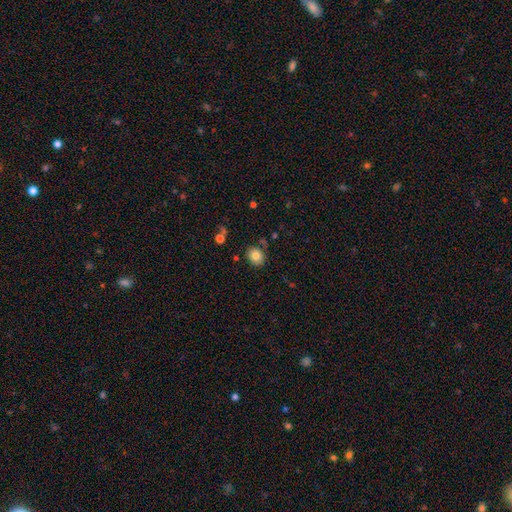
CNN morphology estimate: This is clearly a smooth galaxy (80%). How rounded: likely round (67%). Merging: clearly none (82%).